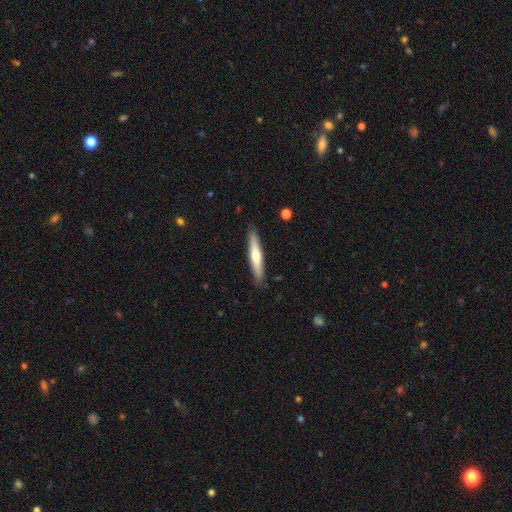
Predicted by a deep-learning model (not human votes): Morphology: type=smooth (51%); roundness=cigar-shaped (90%); merging=none (89%).